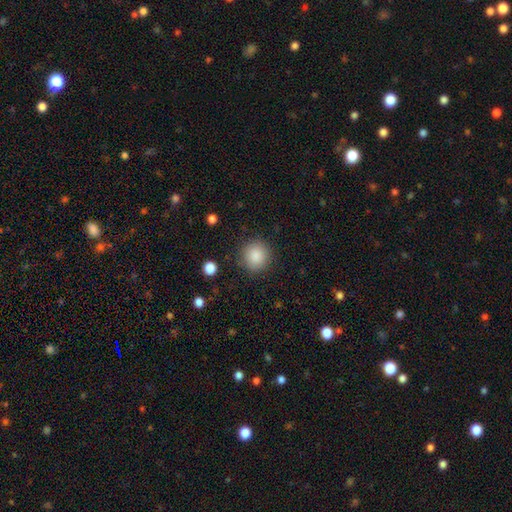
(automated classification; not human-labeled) Overall: smooth (87%). How rounded: round (92%). Merging: none (88%).